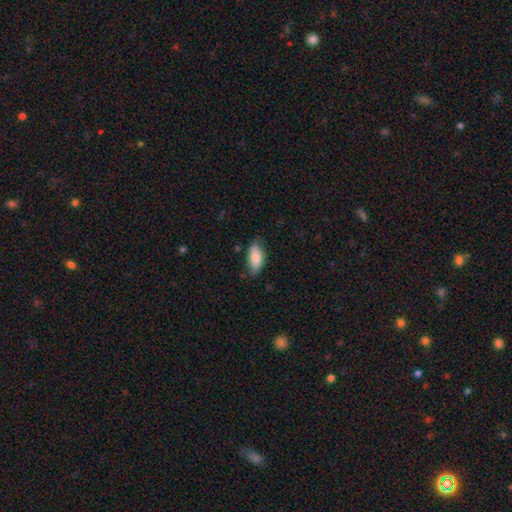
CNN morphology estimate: Smooth or featured: smooth — 82% (featured or disk — 12%)
How rounded: in between — 90% (cigar-shaped — 8%)
Merging: none — 71% (minor disturbance — 24%)